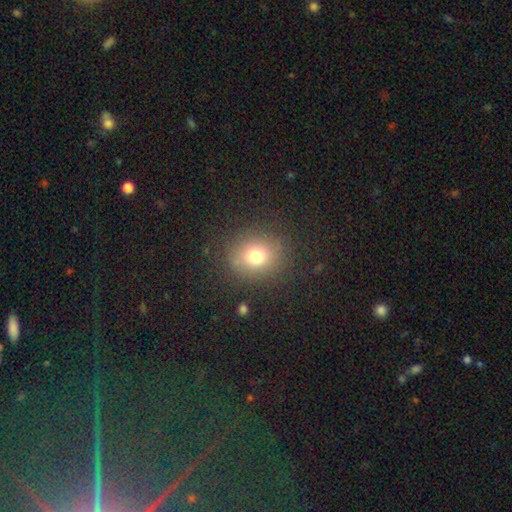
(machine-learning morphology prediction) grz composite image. It shows a smooth galaxy with no disk features (72%) that is round (79%). Merging: none (84%).